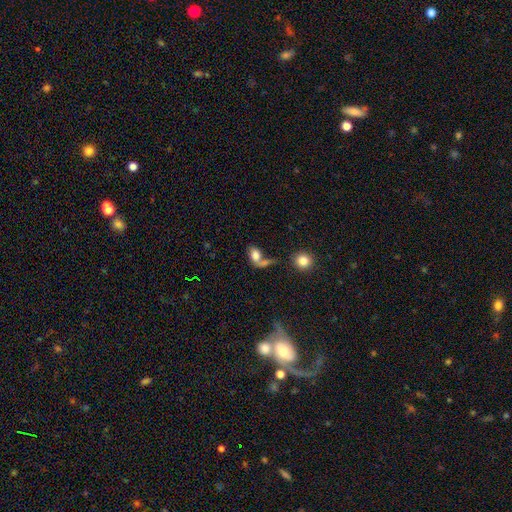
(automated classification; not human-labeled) smooth-or-featured: smooth: 74% | featured or disk: 16% | star or artifact: 10%
  how-rounded: in between: 76% | round: 21% | cigar-shaped: 3%
  merging: merger: 43% | none: 30% | major disturbance: 15% | minor disturbance: 12%